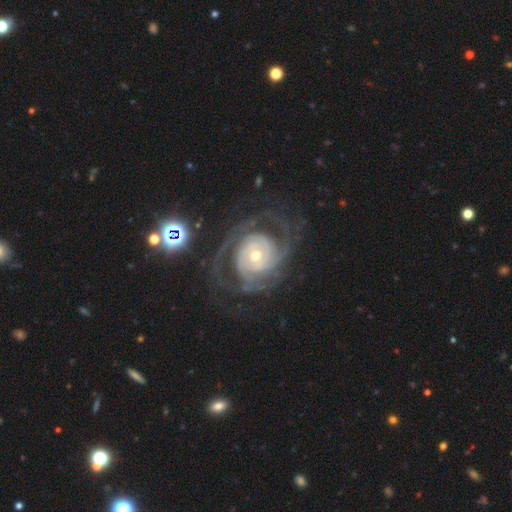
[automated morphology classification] Smooth or featured: featured or disk — 90% (star or artifact — 6%)
Edge-on disk: no — 97% (yes — 3%)
Bar: no — 72% (weak — 20%)
Spiral arms: yes — 96% (no — 4%)
Spiral winding: tight — 65% (medium — 28%)
Spiral arm count: 2 — 30% (can't tell — 23%)
Bulge size: moderate — 49% (small — 45%)
Merging: none — 67% (major disturbance — 16%)